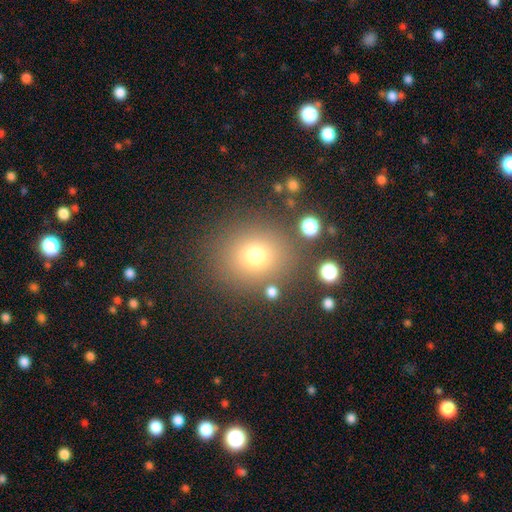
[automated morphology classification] smooth 71%, star or artifact 18%, featured or disk 10%. Down the decision tree: how rounded — round (82%); merging — none (82%).